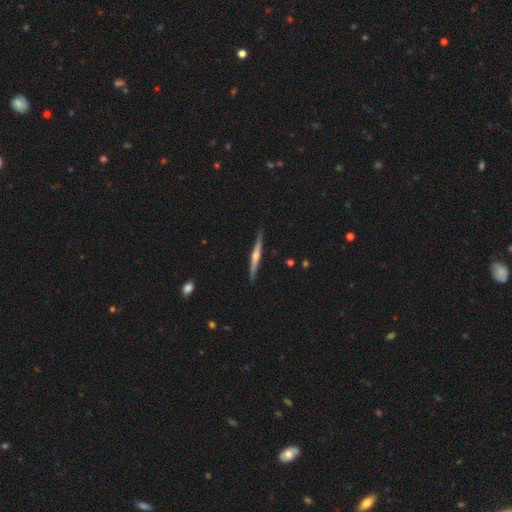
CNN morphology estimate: A featured or disk galaxy (73%) viewed edge-on (98%) with a rounded central bulge (77%).

Vote fractions:
- Smooth or featured? featured or disk: 73% / smooth: 21% / star or artifact: 5%
- Edge-on disk? yes: 98% / no: 2%
- Edge-on bulge? rounded: 77% / none: 14% / boxy: 9%
- Merging? none: 89% / minor disturbance: 8% / major disturbance: 1% / merger: 1%